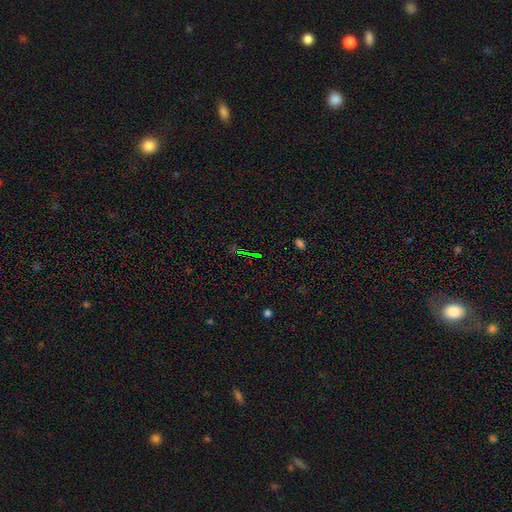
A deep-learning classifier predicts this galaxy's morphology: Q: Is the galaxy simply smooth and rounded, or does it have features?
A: star or artifact — 71%.